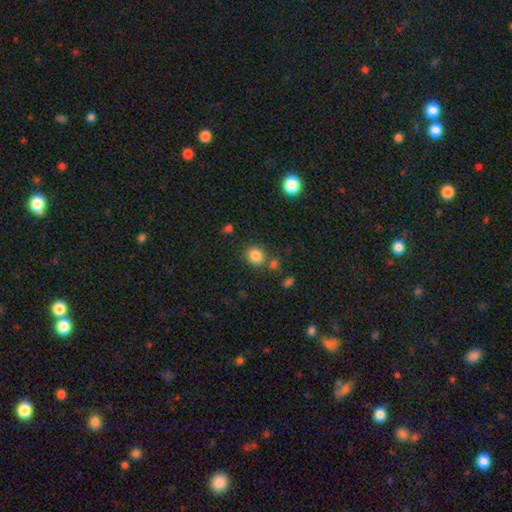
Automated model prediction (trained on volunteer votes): A smooth galaxy with no disk features (84%) that is round (74%).

Vote fractions:
- Smooth or featured? smooth: 84% / star or artifact: 11% / featured or disk: 5%
- How rounded? round: 74% / in between: 25% / cigar-shaped: 1%
- Merging? none: 75% / merger: 11% / minor disturbance: 11% / major disturbance: 4%